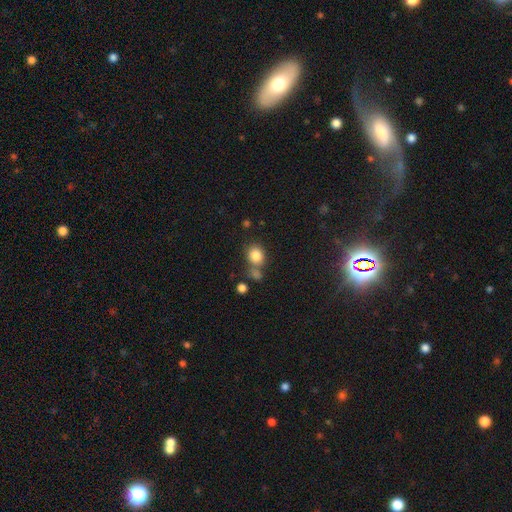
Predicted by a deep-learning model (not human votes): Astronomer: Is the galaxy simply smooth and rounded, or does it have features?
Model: smooth — 83%.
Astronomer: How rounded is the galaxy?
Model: round — 68%.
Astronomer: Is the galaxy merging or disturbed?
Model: none — 59%.